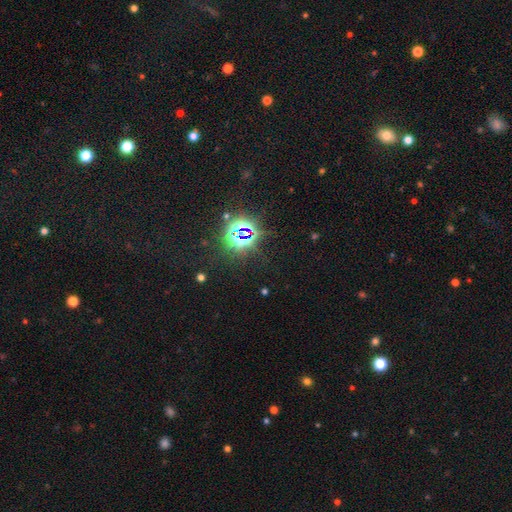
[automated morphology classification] Smooth or featured: star or artifact — 82% (smooth — 11%)